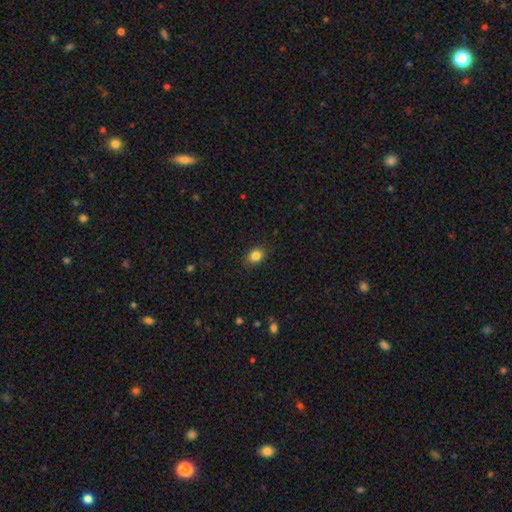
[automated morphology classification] Q: Smooth or featured?
A: smooth (85%); runner-up: star or artifact (10%)
Q: How rounded?
A: in between (58%); runner-up: round (41%)
Q: Merging?
A: none (88%); runner-up: minor disturbance (9%)